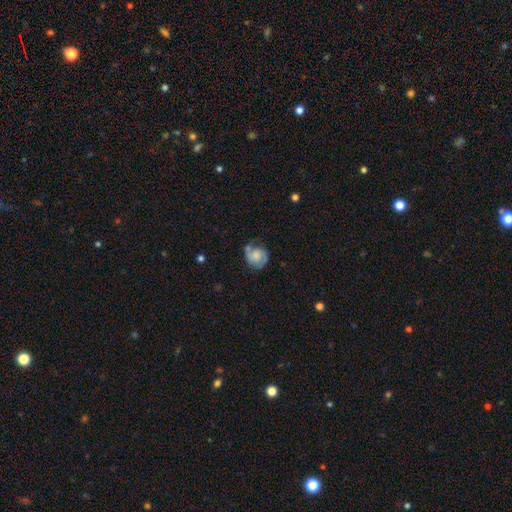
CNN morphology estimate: smooth_or_featured: featured or disk (p=0.54) [alt: smooth p=0.38]
disk_edge_on: no (p=0.98) [alt: yes p=0.02]
bar: no (p=0.68) [alt: weak p=0.27]
has_spiral_arms: yes (p=0.86) [alt: no p=0.14]
bulge_size: moderate (p=0.32) [alt: small p=0.30]
merging: none (p=0.52) [alt: minor disturbance p=0.28]